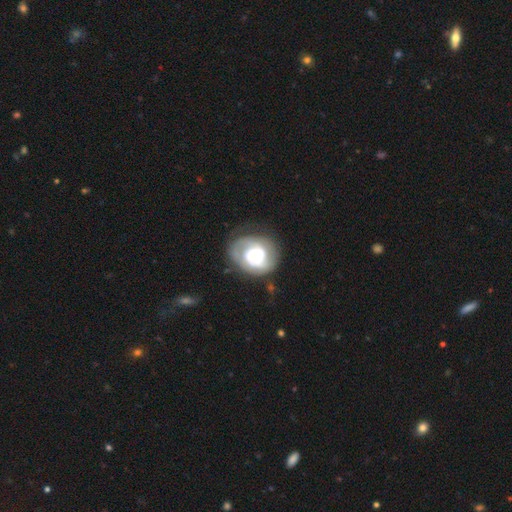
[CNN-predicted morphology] Overall: featured or disk (71%). Edge-on disk: no (97%). Bar: no (67%). Spiral arms: yes (75%). Spiral arm count: 2 (47%; can't tell 30%). Spiral winding: tight (57%; medium 30%). Bulge size: moderate (54%; small 30%). Merging: none (63%).